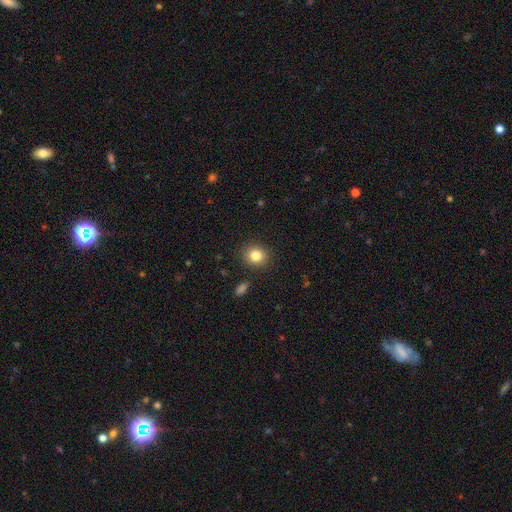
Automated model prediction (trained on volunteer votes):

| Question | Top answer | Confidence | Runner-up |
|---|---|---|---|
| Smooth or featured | smooth | 83% | star or artifact (11%) |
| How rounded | round | 76% | in between (23%) |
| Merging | none | 89% | minor disturbance (7%) |